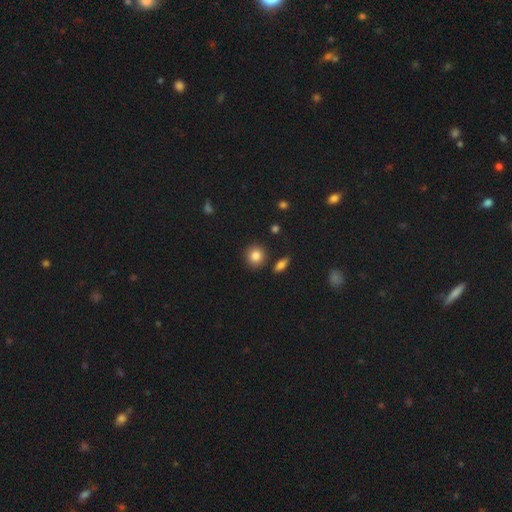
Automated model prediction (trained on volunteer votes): Smooth or featured?
  - smooth: 84% *
  - star or artifact: 9%
  - featured or disk: 7%
How rounded?
  - round: 86% *
  - in between: 13%
  - cigar-shaped: 1%
Merging?
  - none: 86% *
  - minor disturbance: 8%
  - merger: 4%
  - major disturbance: 2%